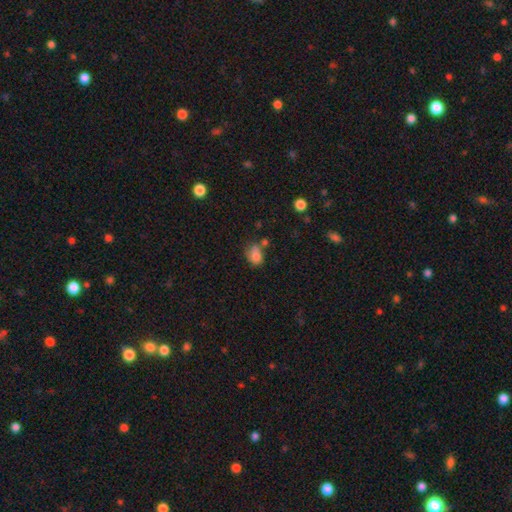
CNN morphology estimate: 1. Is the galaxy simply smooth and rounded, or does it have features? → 76% smooth, 12% star or artifact, 12% featured or disk.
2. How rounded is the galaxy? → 71% in between, 27% round, 2% cigar-shaped.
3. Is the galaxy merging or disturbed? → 38% none, 27% minor disturbance, 21% merger, 14% major disturbance.